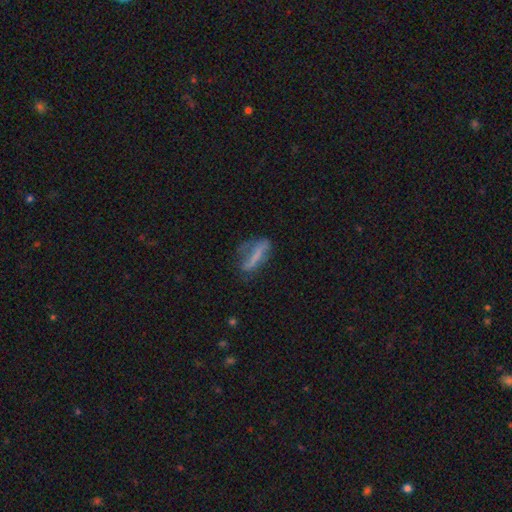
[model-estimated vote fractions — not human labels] A smooth galaxy with no disk features (52%) that is cigar-shaped (64%).

Vote fractions:
- Smooth or featured? smooth: 52% / featured or disk: 38% / star or artifact: 10%
- How rounded? cigar-shaped: 64% / in between: 32% / round: 4%
- Merging? none: 47% / minor disturbance: 27% / major disturbance: 22% / merger: 4%